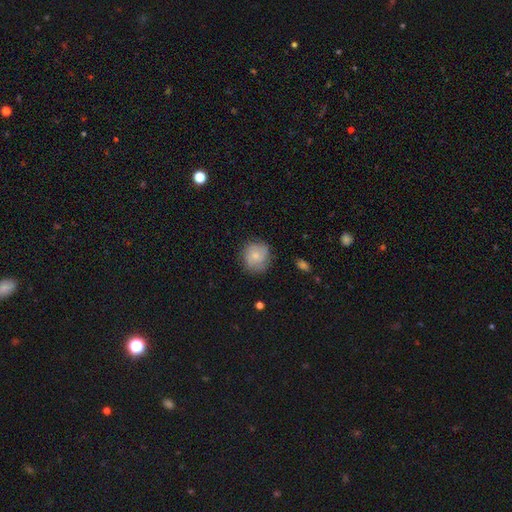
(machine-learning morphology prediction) smooth 67%, featured or disk 25%, star or artifact 7%. Down the decision tree: how rounded — round (88%); merging — none (74%).